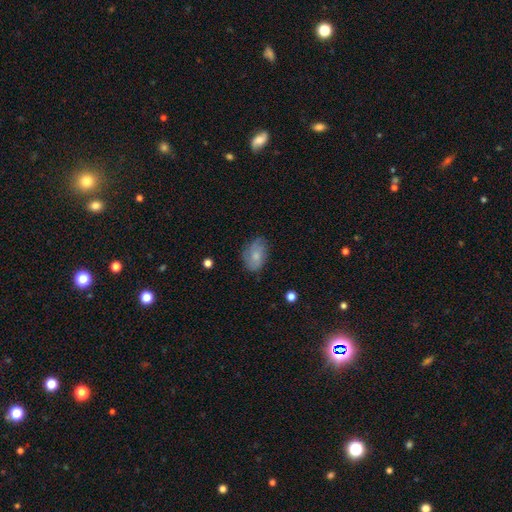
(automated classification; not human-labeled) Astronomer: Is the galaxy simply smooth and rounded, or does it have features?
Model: smooth — 70%.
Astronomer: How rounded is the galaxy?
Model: in between — 83%.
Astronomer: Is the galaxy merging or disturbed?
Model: none — 69%.